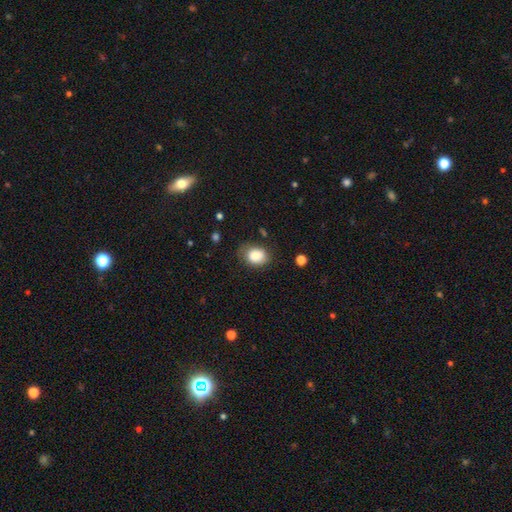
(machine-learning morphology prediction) Smooth or featured? smooth (85%)
How rounded? in between (58%)
Merging? none (67%)